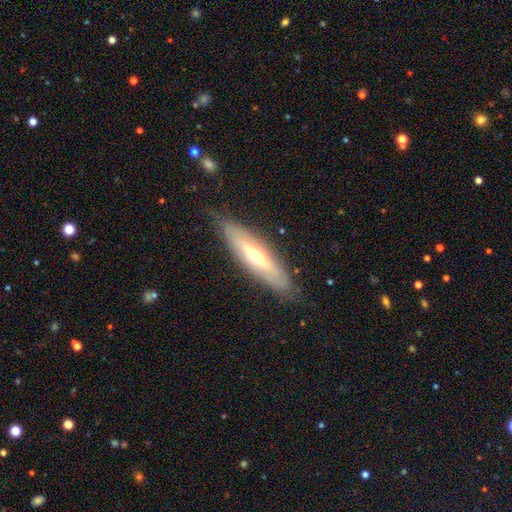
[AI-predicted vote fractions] Smooth or featured? featured or disk (61%)
Edge-on disk? yes (56%)
Merging? none (80%)